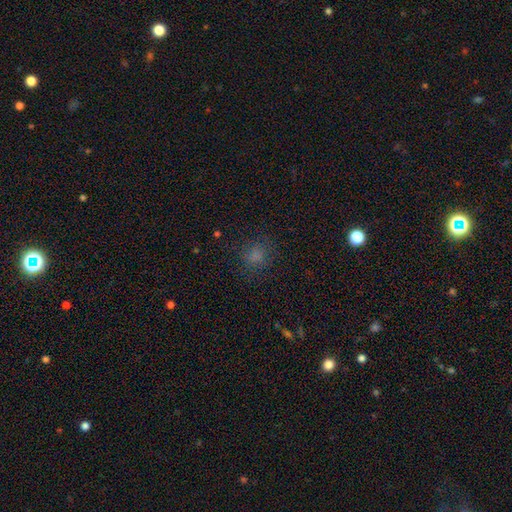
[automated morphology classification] Smooth or featured? Predicted: smooth (p=0.71). How rounded? Predicted: round (p=0.77). Merging? Predicted: none (p=0.78).